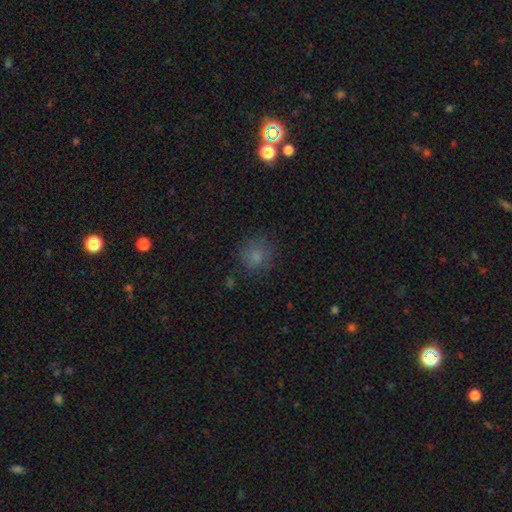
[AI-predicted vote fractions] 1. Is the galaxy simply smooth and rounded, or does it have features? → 78% smooth, 14% star or artifact, 8% featured or disk.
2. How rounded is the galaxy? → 86% round, 13% in between, 1% cigar-shaped.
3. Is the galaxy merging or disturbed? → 79% none, 15% minor disturbance, 5% major disturbance, 2% merger.